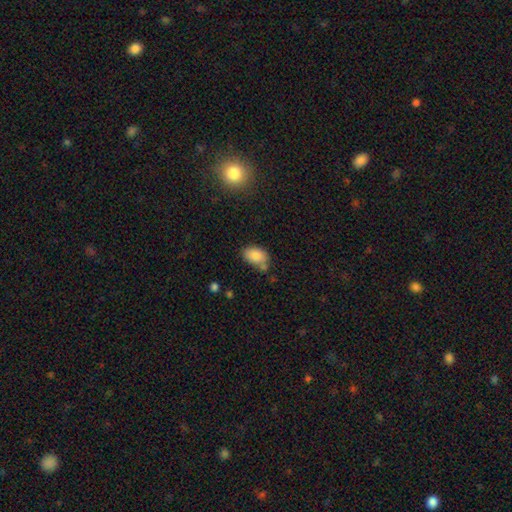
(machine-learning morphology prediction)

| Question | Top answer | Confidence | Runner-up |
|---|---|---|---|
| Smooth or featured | smooth | 85% | star or artifact (8%) |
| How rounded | in between | 87% | round (11%) |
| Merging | none | 61% | minor disturbance (22%) |